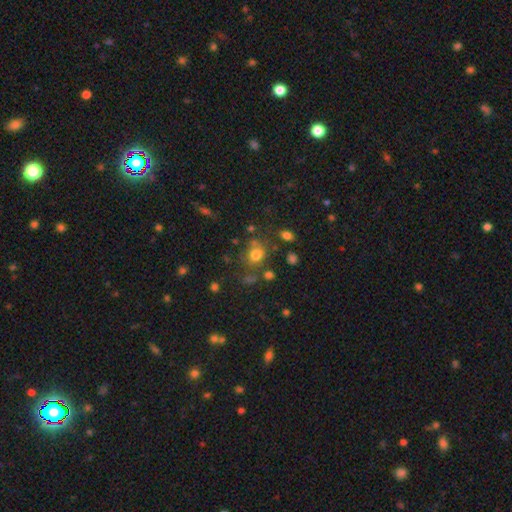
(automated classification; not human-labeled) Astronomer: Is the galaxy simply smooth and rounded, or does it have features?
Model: smooth — 72%.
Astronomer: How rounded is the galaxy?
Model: round — 64%.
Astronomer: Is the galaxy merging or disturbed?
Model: none — 61%.